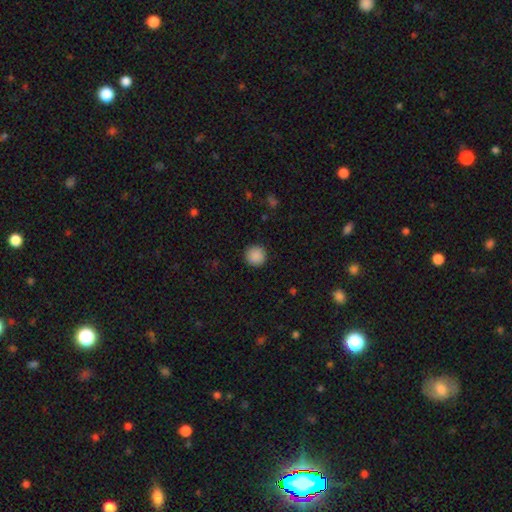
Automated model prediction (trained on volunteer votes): A smooth galaxy with no disk features (89%) that is round (95%).

Vote fractions:
- Smooth or featured? smooth: 89% / star or artifact: 9% / featured or disk: 3%
- How rounded? round: 95% / in between: 4% / cigar-shaped: 1%
- Merging? none: 92% / minor disturbance: 5% / major disturbance: 2% / merger: 1%